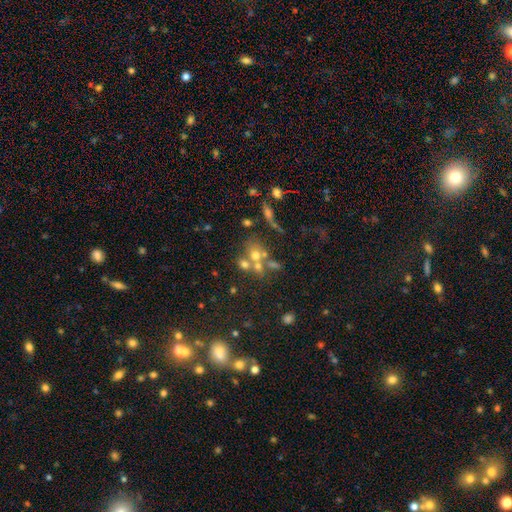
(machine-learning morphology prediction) A smooth galaxy with no disk features (53%) that is round (70%). Merging: merger (46%).